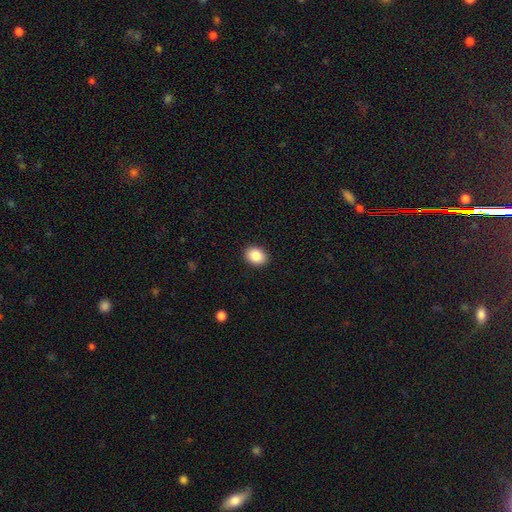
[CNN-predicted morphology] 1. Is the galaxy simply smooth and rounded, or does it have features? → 87% smooth, 8% star or artifact, 5% featured or disk.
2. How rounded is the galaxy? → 63% in between, 36% round, 1% cigar-shaped.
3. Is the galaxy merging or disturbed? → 91% none, 6% minor disturbance, 2% major disturbance, 1% merger.